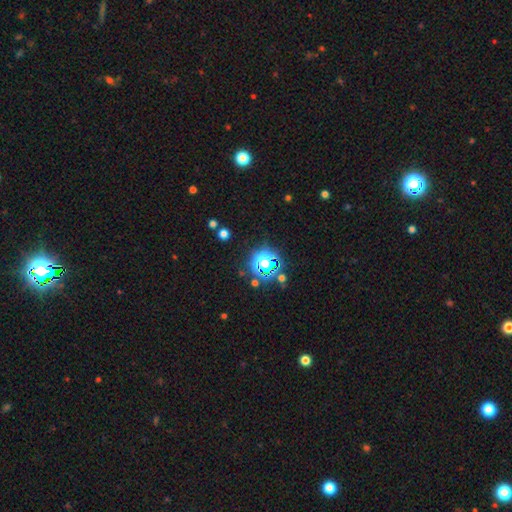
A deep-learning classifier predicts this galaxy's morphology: This is likely a star or artifact rather than a galaxy (78%).